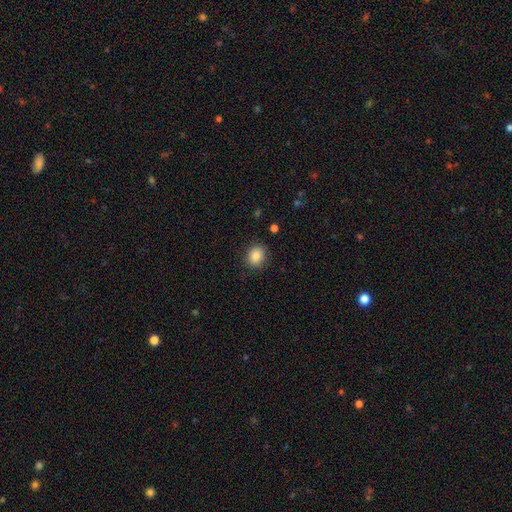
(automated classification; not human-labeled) This is clearly a smooth galaxy (86%). How rounded: possibly round (58%). Merging: clearly none (87%).